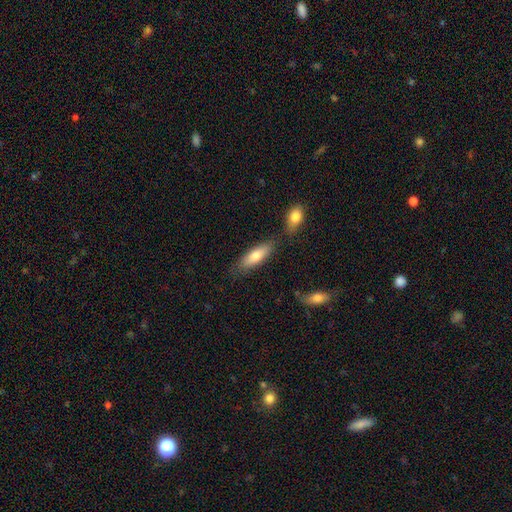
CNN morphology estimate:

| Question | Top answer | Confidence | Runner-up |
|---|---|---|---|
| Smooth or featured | smooth | 74% | featured or disk (19%) |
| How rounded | in between | 60% | cigar-shaped (38%) |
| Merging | none | 70% | minor disturbance (15%) |